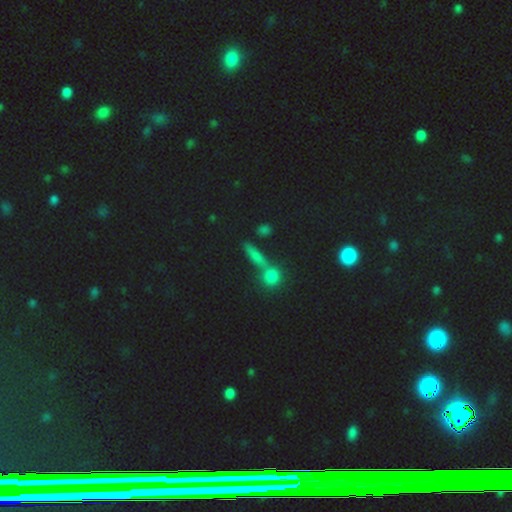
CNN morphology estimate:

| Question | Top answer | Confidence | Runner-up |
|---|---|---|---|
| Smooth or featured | smooth | 56% | star or artifact (30%) |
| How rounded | cigar-shaped | 49% | in between (28%) |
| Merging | none | 62% | merger (23%) |